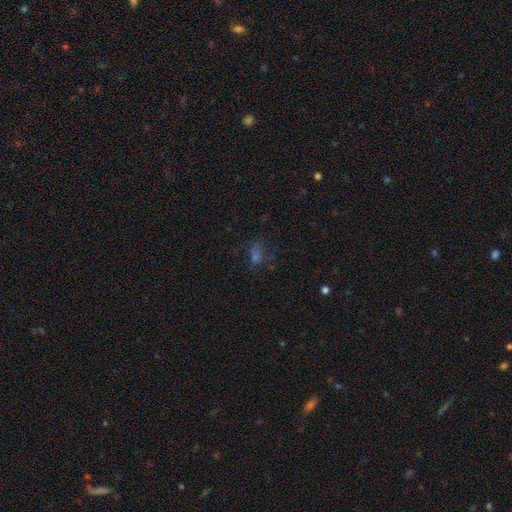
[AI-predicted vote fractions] A smooth galaxy with no disk features (45%).

Vote fractions:
- Smooth or featured? smooth: 45% / star or artifact: 36% / featured or disk: 19%
- Merging? none: 55% / minor disturbance: 21% / major disturbance: 20% / merger: 3%